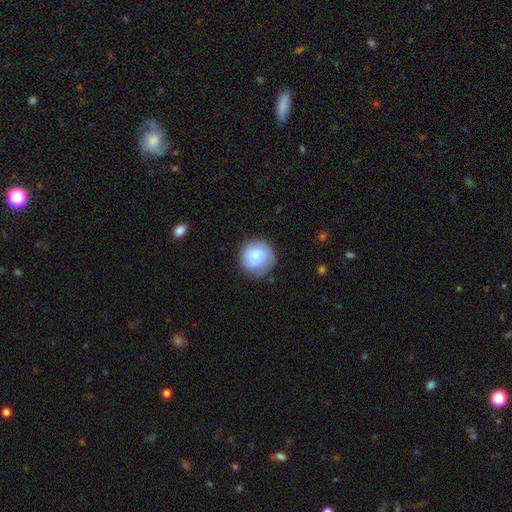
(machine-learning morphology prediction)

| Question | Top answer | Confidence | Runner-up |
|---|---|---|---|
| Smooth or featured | smooth | 59% | featured or disk (34%) |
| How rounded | round | 89% | in between (10%) |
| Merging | none | 67% | minor disturbance (22%) |